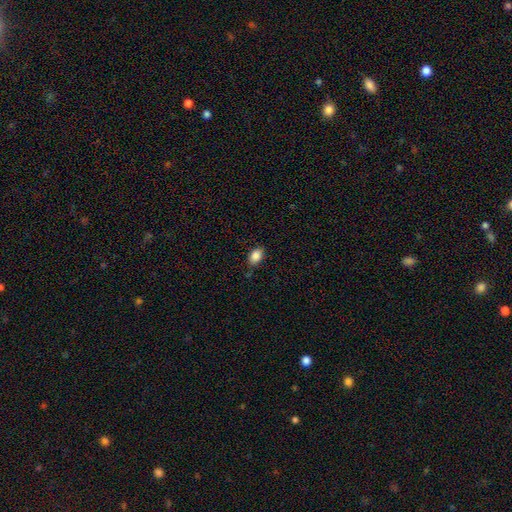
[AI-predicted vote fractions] smooth 87%, star or artifact 8%, featured or disk 5%. Down the decision tree: how rounded — in between (87%); merging — none (80%).